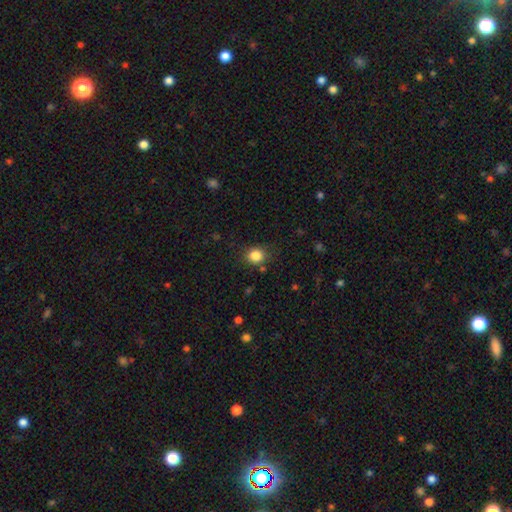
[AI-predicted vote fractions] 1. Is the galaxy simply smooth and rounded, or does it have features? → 84% smooth, 11% star or artifact, 5% featured or disk.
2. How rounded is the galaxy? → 77% round, 22% in between, 1% cigar-shaped.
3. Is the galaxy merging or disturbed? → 82% none, 12% minor disturbance, 3% major disturbance, 3% merger.